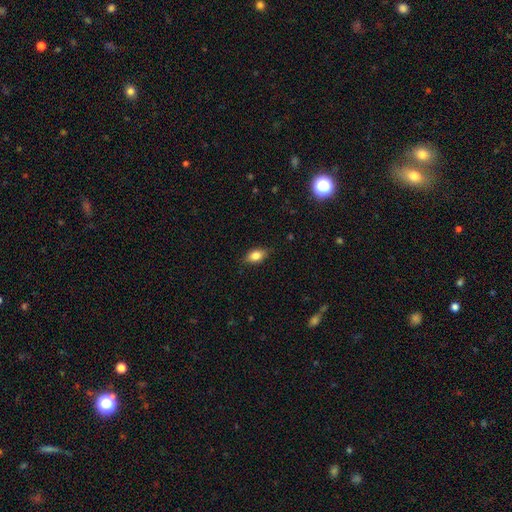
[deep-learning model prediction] The model was most divided on "merging": none: 82%, minor disturbance: 15%, major disturbance: 3%, merger: 1%. More confident: how rounded — in between (85%); smooth or featured — smooth (80%).